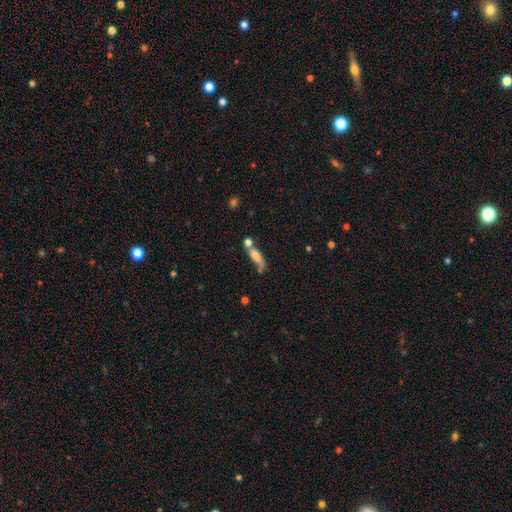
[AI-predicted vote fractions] Smooth or featured: smooth — 67% (featured or disk — 24%)
How rounded: in between — 53% (cigar-shaped — 42%)
Merging: merger — 34% (tied with none — 34%)